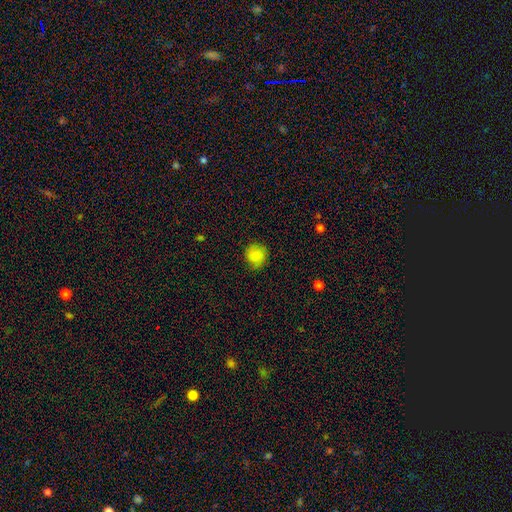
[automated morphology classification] A smooth galaxy with no disk features (83%) that is round (88%).

Vote fractions:
- Smooth or featured? smooth: 83% / star or artifact: 9% / featured or disk: 8%
- How rounded? round: 88% / in between: 11% / cigar-shaped: 1%
- Merging? none: 78% / minor disturbance: 16% / major disturbance: 4% / merger: 1%